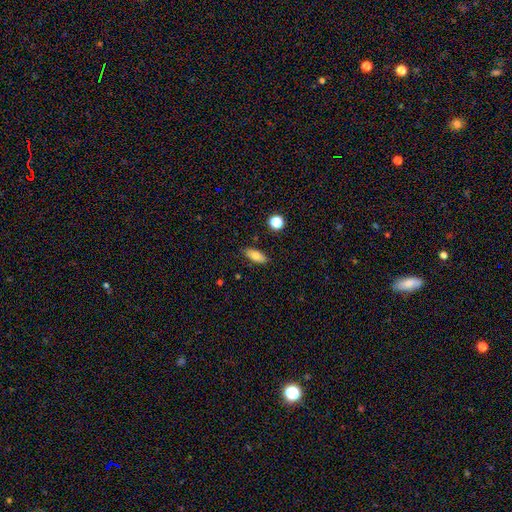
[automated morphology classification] The model was most divided on "smooth or featured": smooth: 75%, featured or disk: 16%, star or artifact: 8%. More confident: merging — none (85%); how rounded — in between (82%).